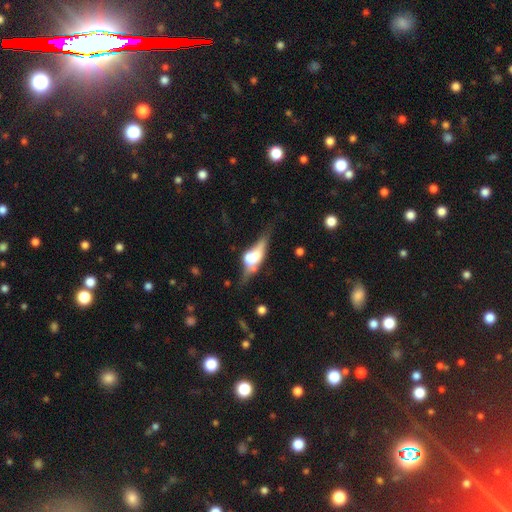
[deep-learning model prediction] A featured or disk galaxy (60%) viewed edge-on (78%).

Vote fractions:
- Smooth or featured? featured or disk: 60% / smooth: 31% / star or artifact: 9%
- Edge-on disk? yes: 78% / no: 22%
- Merging? none: 47% / minor disturbance: 20% / merger: 19% / major disturbance: 15%